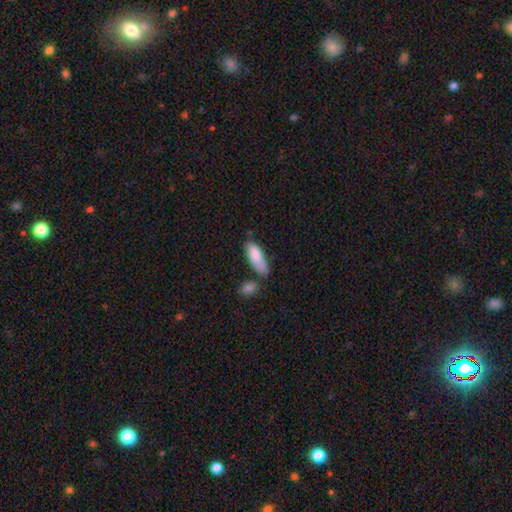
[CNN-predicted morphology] smooth 85%, featured or disk 9%, star or artifact 6%. Down the decision tree: how rounded — in between (69%); merging — none (54%).